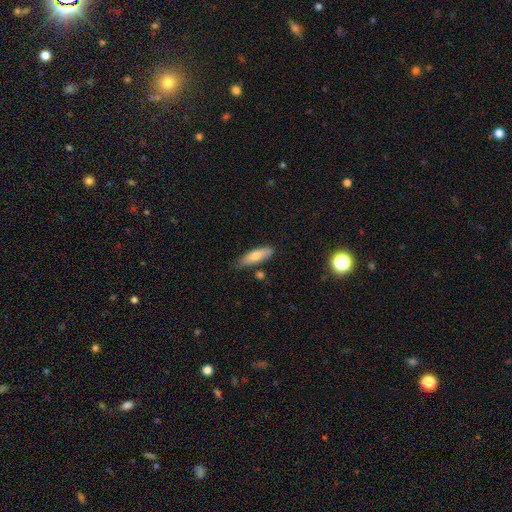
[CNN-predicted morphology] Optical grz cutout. It shows a smooth galaxy with no disk features (70%) that is cigar-shaped (59%). Merging: none (74%).